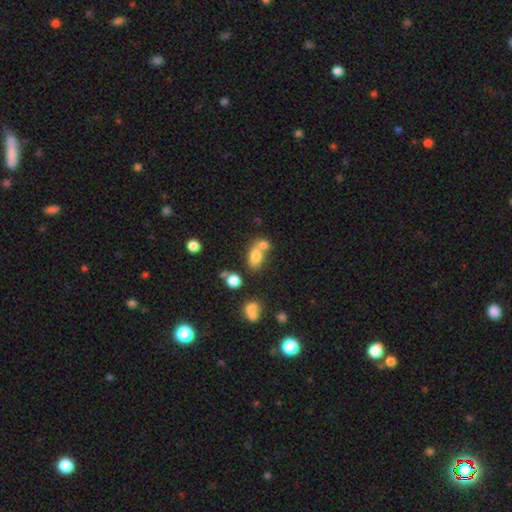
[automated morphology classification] Overall: smooth (75%). How rounded: in between (72%). Merging: merger (52%; none 33%).